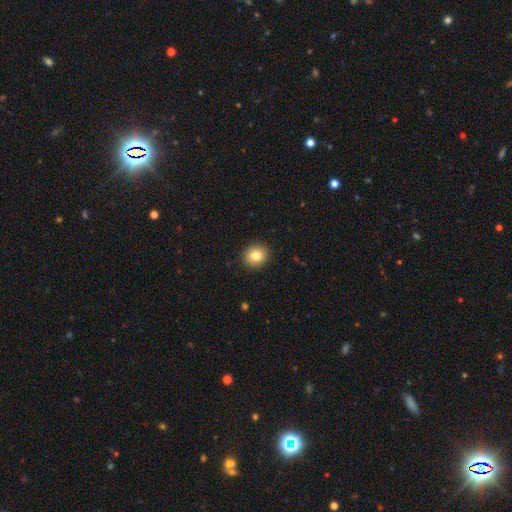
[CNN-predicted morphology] Smooth or featured? Predicted: smooth (p=0.83). How rounded? Predicted: round (p=0.73). Merging? Predicted: none (p=0.91).